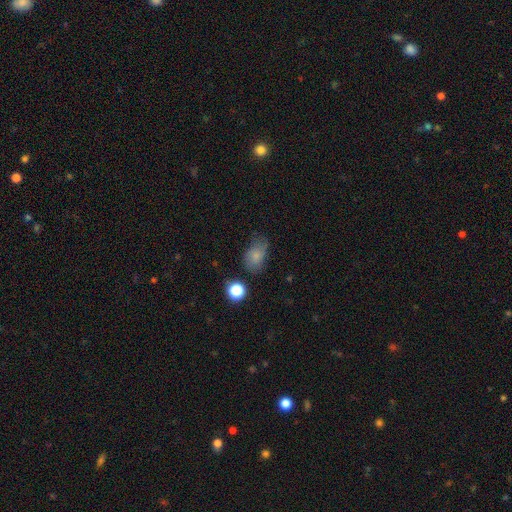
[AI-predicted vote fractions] Morphology: type=smooth (77%); roundness=in between (79%); merging=none (57%).